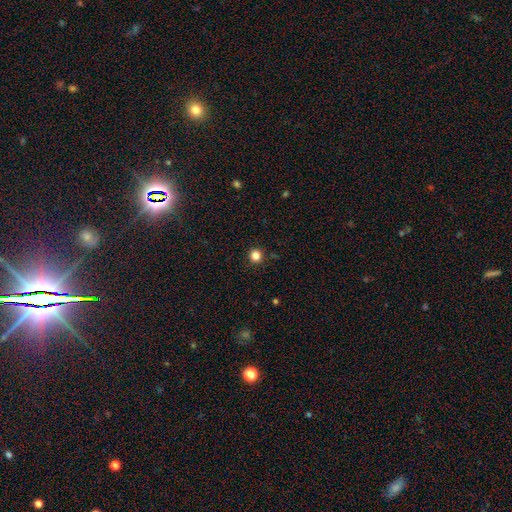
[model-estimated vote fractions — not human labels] Q: Smooth or featured?
A: smooth (84%); runner-up: star or artifact (13%)
Q: How rounded?
A: round (93%); runner-up: in between (6%)
Q: Merging?
A: none (92%); runner-up: minor disturbance (5%)